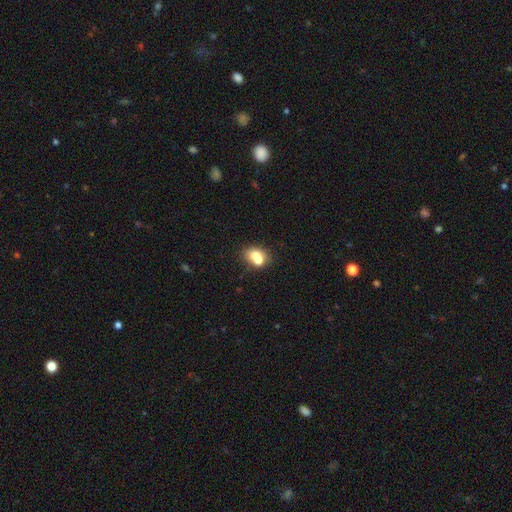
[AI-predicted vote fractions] Overall: smooth (68%). How rounded: in between (57%; round 41%). Merging: merger (47%; none 37%).